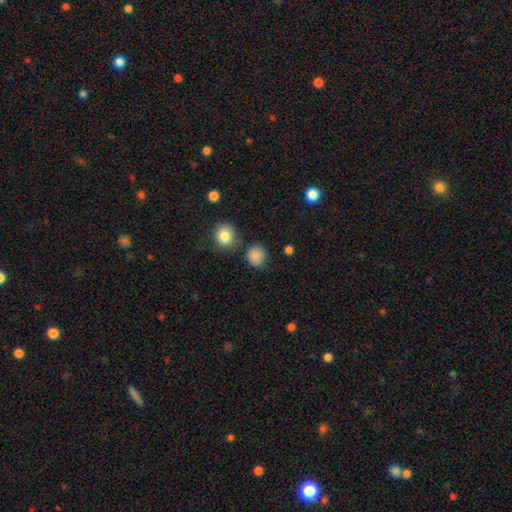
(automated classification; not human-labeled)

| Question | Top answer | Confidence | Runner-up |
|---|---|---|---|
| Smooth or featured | smooth | 86% | star or artifact (10%) |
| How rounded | round | 88% | in between (11%) |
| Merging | none | 79% | minor disturbance (11%) |